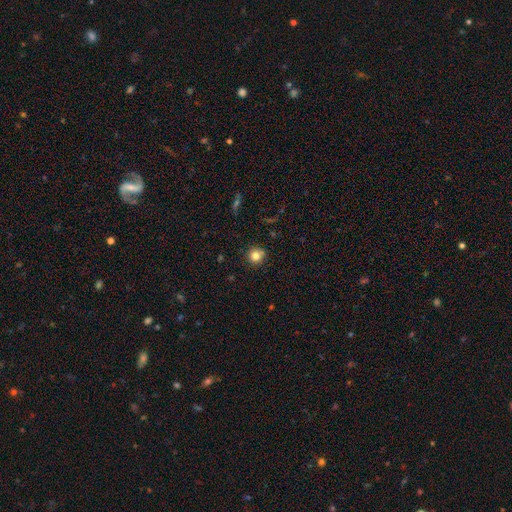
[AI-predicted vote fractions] This is clearly a smooth galaxy (81%). How rounded: clearly round (94%). Merging: clearly none (87%).